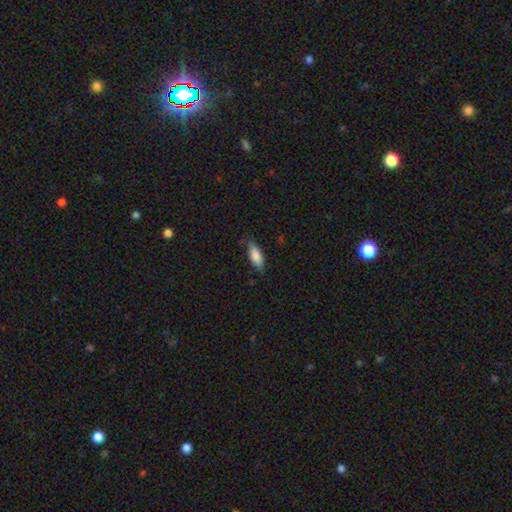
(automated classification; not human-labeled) Smooth or featured: smooth — 82% (featured or disk — 12%)
How rounded: in between — 75% (cigar-shaped — 23%)
Merging: none — 70% (minor disturbance — 24%)